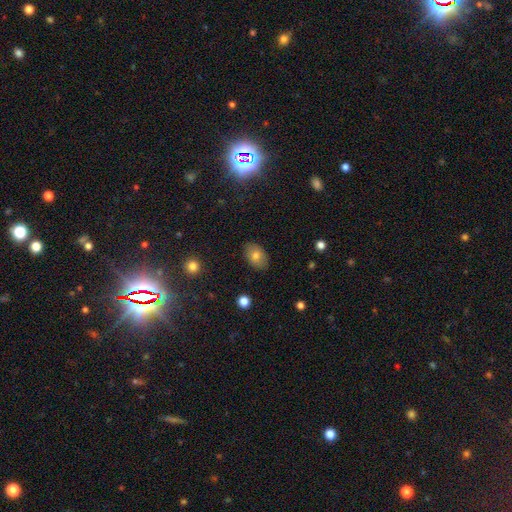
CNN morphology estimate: smooth-or-featured: smooth: 76% | featured or disk: 15% | star or artifact: 9%
  how-rounded: in between: 84% | round: 15% | cigar-shaped: 1%
  merging: none: 86% | minor disturbance: 11% | major disturbance: 2% | merger: 1%